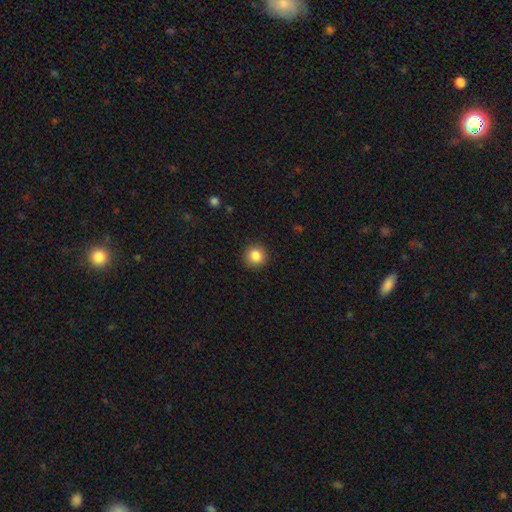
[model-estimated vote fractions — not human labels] smooth-or-featured: smooth: 86% | star or artifact: 9% | featured or disk: 4%
  how-rounded: round: 93% | in between: 6% | cigar-shaped: 1%
  merging: none: 91% | minor disturbance: 6% | major disturbance: 2% | merger: 1%